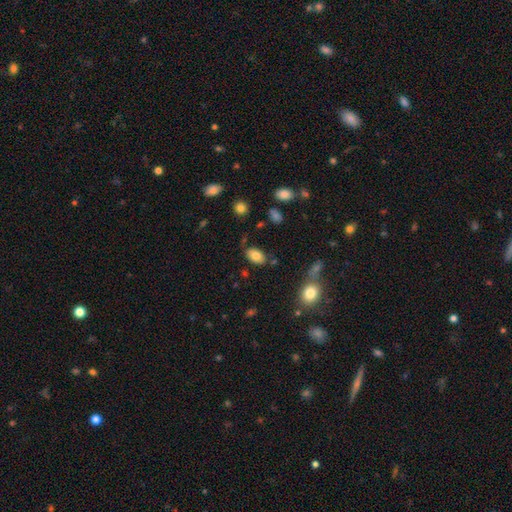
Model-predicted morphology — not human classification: type=smooth (79%); roundness=in between (91%); merging=none (78%).